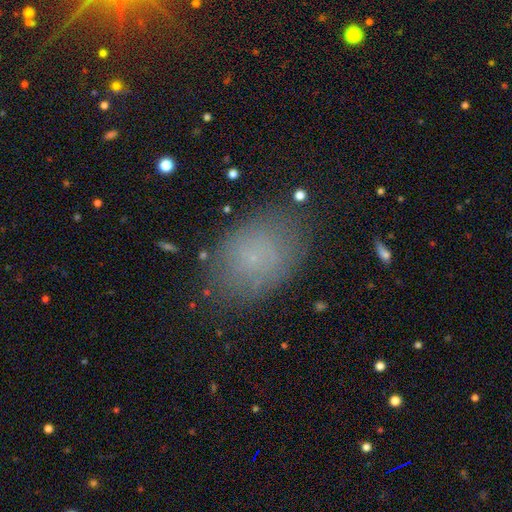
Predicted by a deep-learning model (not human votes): A smooth galaxy with no disk features (69%) that is in between round and cigar-shaped (82%).

Vote fractions:
- Smooth or featured? smooth: 69% / star or artifact: 15% / featured or disk: 15%
- How rounded? in between: 82% / round: 16% / cigar-shaped: 1%
- Merging? none: 78% / minor disturbance: 15% / major disturbance: 5% / merger: 2%